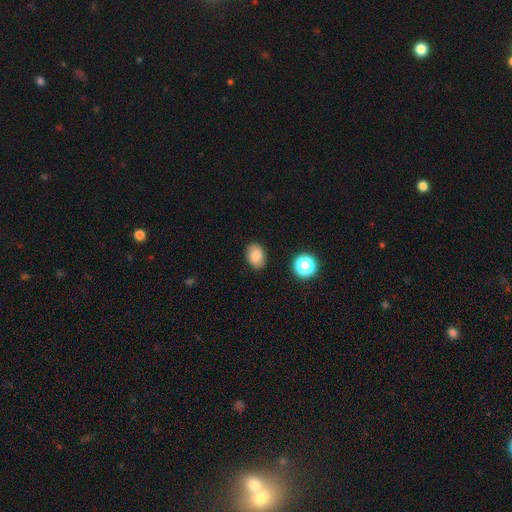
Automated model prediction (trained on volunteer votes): smooth_or_featured: smooth (p=0.82) [alt: star or artifact p=0.10]
how_rounded: in between (p=0.77) [alt: round p=0.22]
merging: none (p=0.86) [alt: minor disturbance p=0.10]